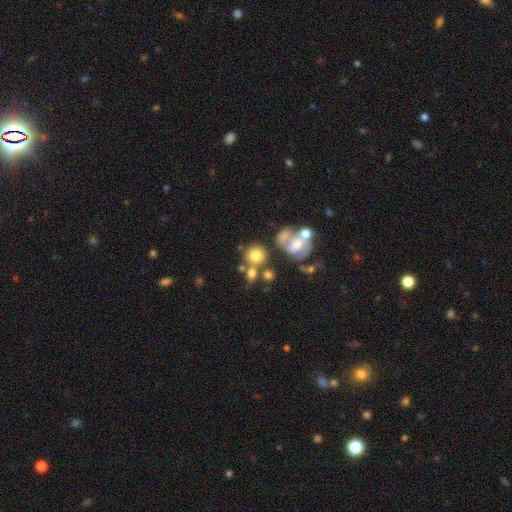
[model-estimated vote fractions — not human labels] The model was most divided on "merging": none: 50%, merger: 29%, minor disturbance: 13%, major disturbance: 8%. More confident: how rounded — round (83%); smooth or featured — smooth (70%).